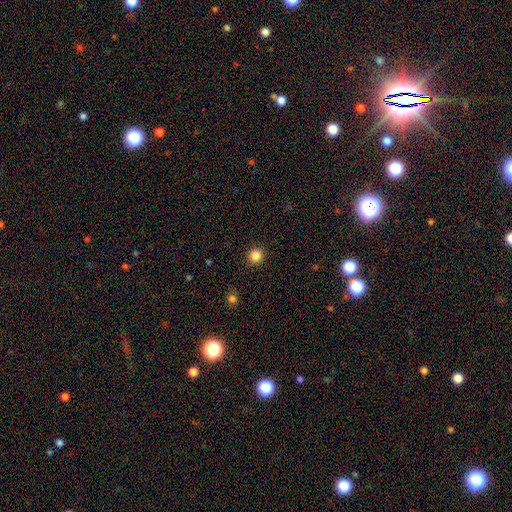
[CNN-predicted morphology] Overall: smooth (85%). How rounded: round (91%). Merging: none (91%).